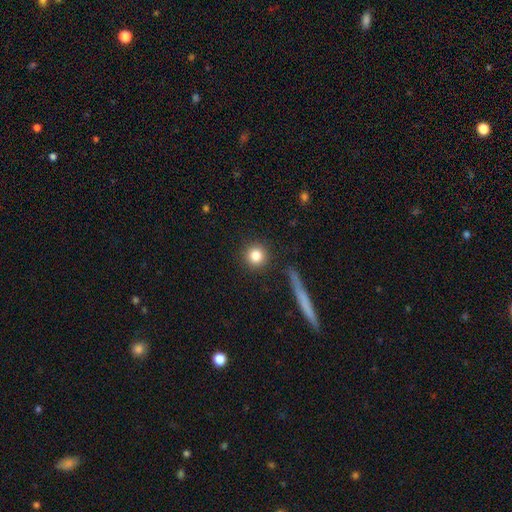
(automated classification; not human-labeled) The model was most divided on "smooth or featured": smooth: 83%, star or artifact: 10%, featured or disk: 7%. More confident: how rounded — round (94%); merging — none (89%).